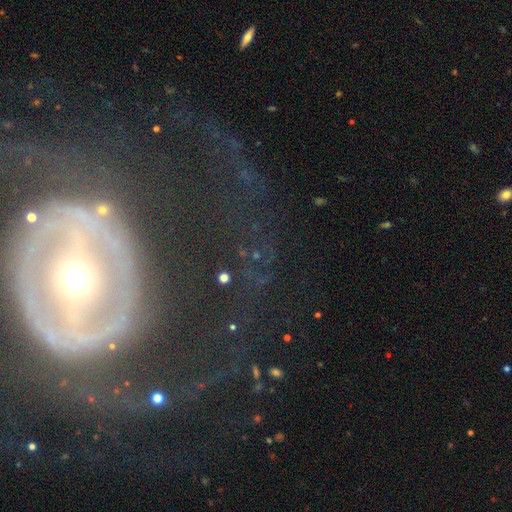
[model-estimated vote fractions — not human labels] A featured or disk galaxy (82%) with a strong bar (43%), 2 (51%) tight (44%) spiral arms (66%) and a small central bulge (57%). Merging: none (54%).